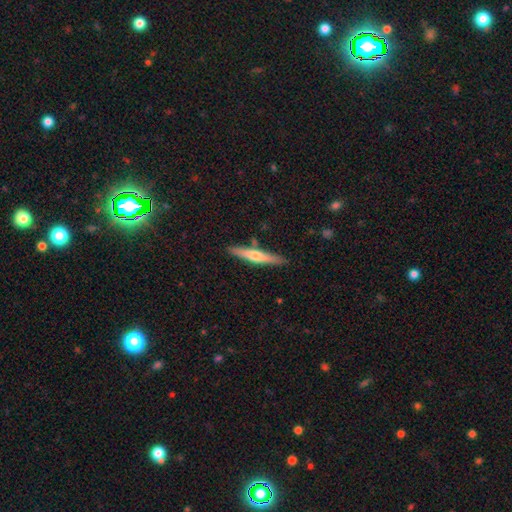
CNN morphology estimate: This is possibly a smooth galaxy (48%). Merging: clearly none (85%).